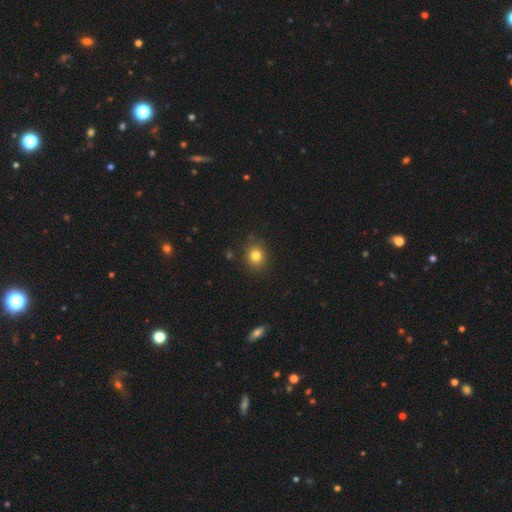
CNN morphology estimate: The model was most divided on "how rounded": round: 73%, in between: 26%, cigar-shaped: 1%. More confident: merging — none (87%); smooth or featured — smooth (81%).